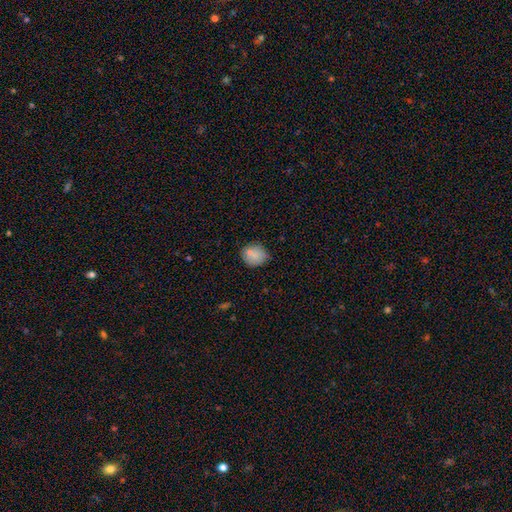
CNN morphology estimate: Smooth or featured?
  - smooth: 82% *
  - star or artifact: 9%
  - featured or disk: 9%
How rounded?
  - round: 72% *
  - in between: 27%
  - cigar-shaped: 1%
Merging?
  - none: 68% *
  - minor disturbance: 22%
  - merger: 6%
  - major disturbance: 4%